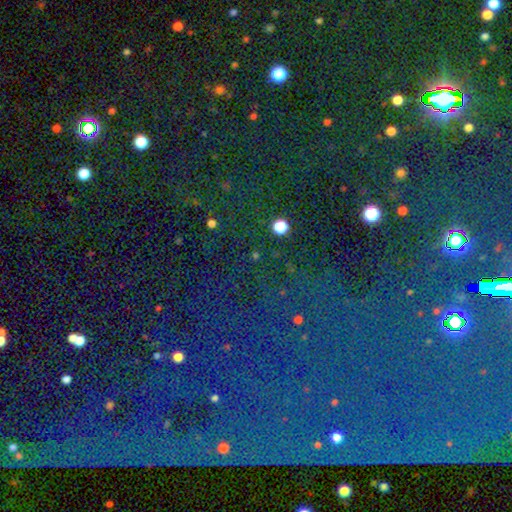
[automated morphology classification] The model was most divided on "smooth or featured": star or artifact: 63%, smooth: 29%, featured or disk: 8%.